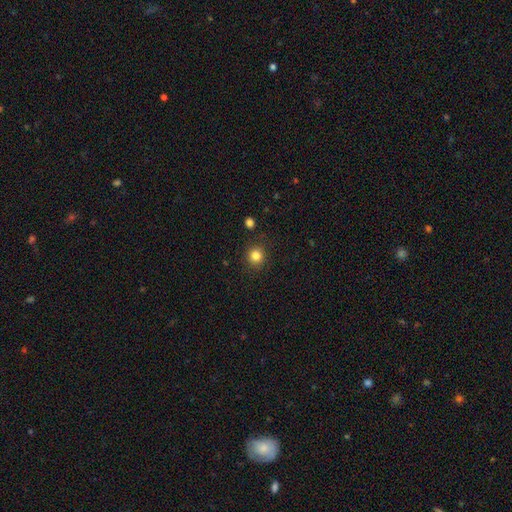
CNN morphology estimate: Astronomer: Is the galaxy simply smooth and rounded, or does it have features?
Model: smooth — 83%.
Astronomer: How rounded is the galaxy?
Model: round — 90%.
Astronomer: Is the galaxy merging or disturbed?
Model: none — 89%.